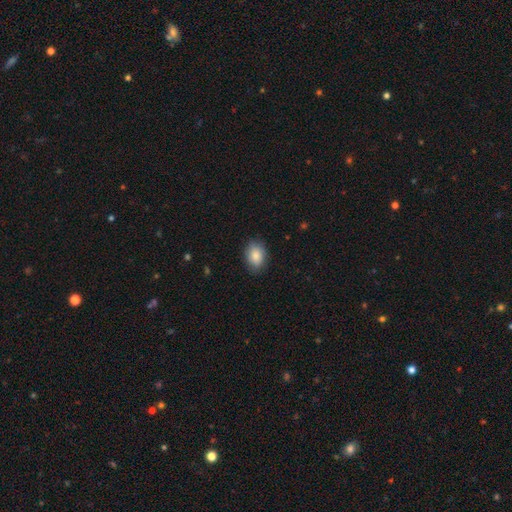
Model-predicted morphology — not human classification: smooth-or-featured: smooth: 86% | star or artifact: 7% | featured or disk: 7%
  how-rounded: in between: 78% | round: 21% | cigar-shaped: 1%
  merging: none: 85% | minor disturbance: 12% | major disturbance: 3% | merger: 1%